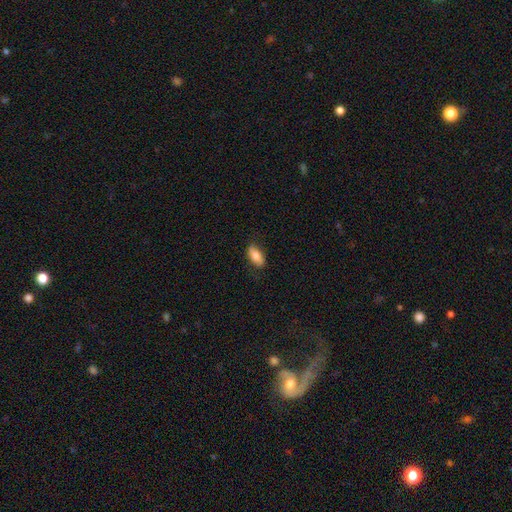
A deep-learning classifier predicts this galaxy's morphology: smooth-or-featured: smooth: 79% | featured or disk: 14% | star or artifact: 7%
  how-rounded: in between: 88% | cigar-shaped: 9% | round: 4%
  merging: none: 79% | minor disturbance: 16% | major disturbance: 4% | merger: 1%